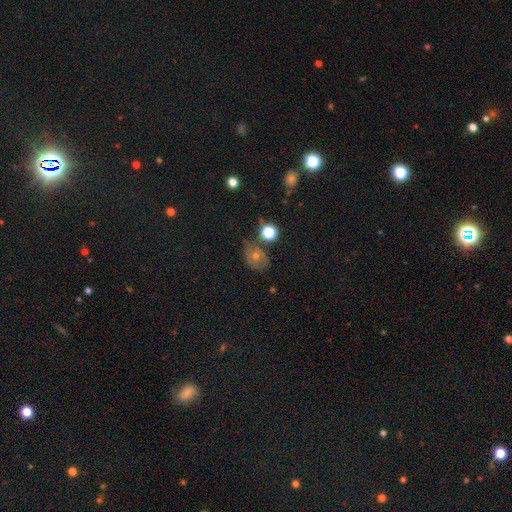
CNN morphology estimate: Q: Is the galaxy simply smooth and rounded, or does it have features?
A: smooth — 44%.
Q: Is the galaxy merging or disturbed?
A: none — 64%.